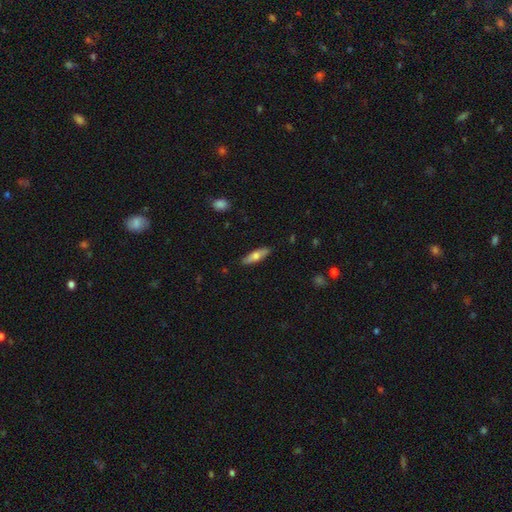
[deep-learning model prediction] smooth 64%, featured or disk 30%, star or artifact 6%. Down the decision tree: how rounded — cigar-shaped (52%); merging — none (87%).